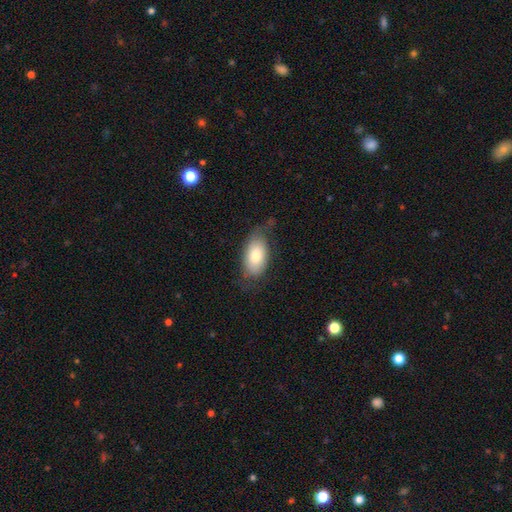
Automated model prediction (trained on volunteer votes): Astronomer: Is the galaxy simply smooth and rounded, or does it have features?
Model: smooth — 75%.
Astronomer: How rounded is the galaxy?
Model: in between — 92%.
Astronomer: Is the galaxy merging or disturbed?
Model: none — 60%.